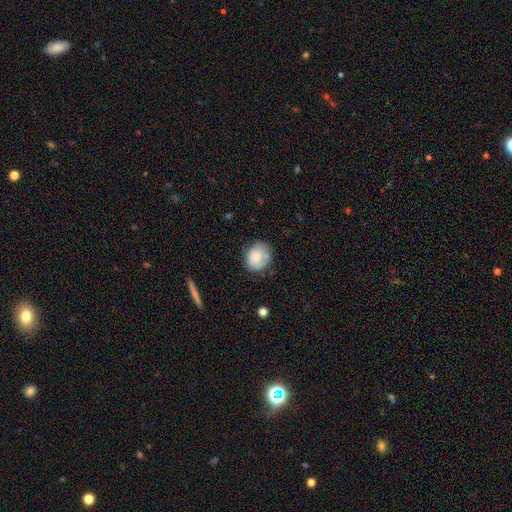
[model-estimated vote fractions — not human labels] Smooth or featured? smooth (73%)
How rounded? round (67%)
Merging? none (63%)